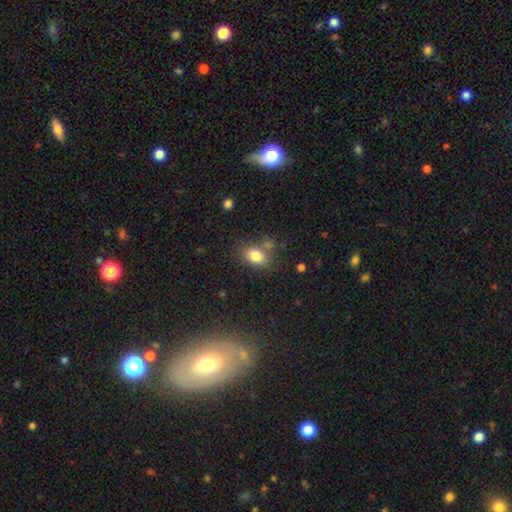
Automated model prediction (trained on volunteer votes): Smooth or featured? smooth (81%)
How rounded? in between (76%)
Merging? none (65%)